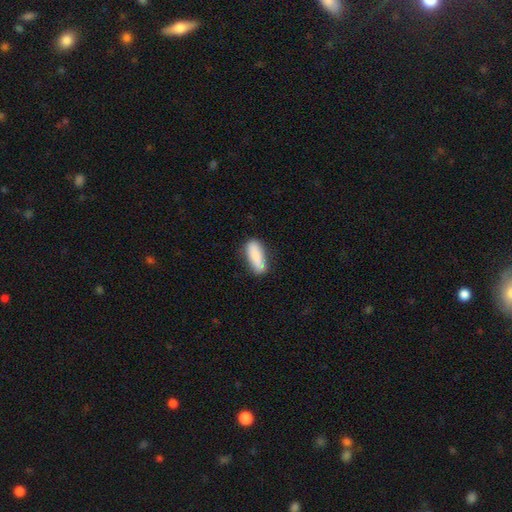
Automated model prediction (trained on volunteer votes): Smooth or featured: smooth — 85% (featured or disk — 8%)
How rounded: in between — 62% (cigar-shaped — 36%)
Merging: none — 69% (minor disturbance — 22%)